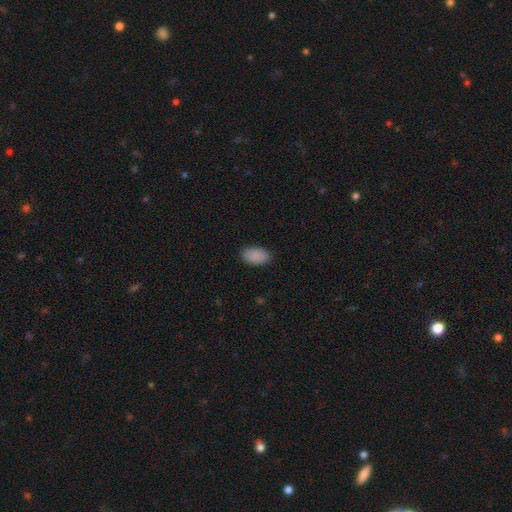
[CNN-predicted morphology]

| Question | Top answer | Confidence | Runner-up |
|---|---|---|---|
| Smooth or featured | smooth | 89% | star or artifact (7%) |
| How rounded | in between | 94% | round (5%) |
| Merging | none | 86% | minor disturbance (11%) |